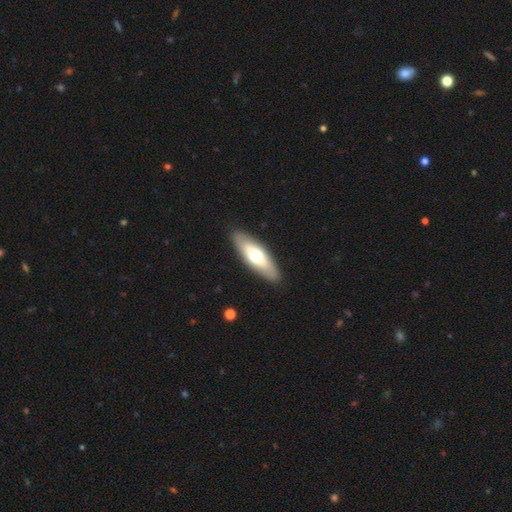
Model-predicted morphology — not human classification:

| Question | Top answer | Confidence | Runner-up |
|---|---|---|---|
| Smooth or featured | smooth | 57% | featured or disk (38%) |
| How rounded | in between | 60% | cigar-shaped (38%) |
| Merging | none | 89% | minor disturbance (8%) |